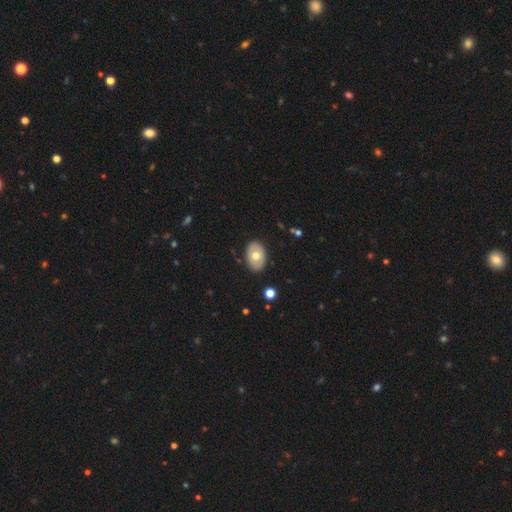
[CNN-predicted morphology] Smooth or featured?
  - smooth: 65% *
  - featured or disk: 29%
  - star or artifact: 6%
How rounded?
  - in between: 87% *
  - round: 12%
  - cigar-shaped: 1%
Merging?
  - none: 88% *
  - minor disturbance: 9%
  - major disturbance: 2%
  - merger: 1%